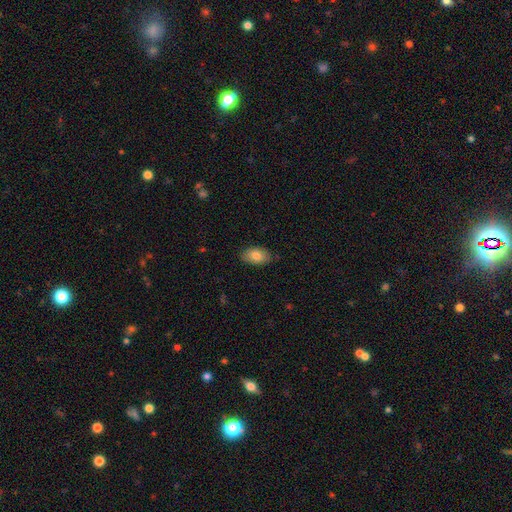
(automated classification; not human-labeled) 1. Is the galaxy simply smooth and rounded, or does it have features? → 81% smooth, 12% featured or disk, 7% star or artifact.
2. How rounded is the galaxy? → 92% in between, 7% round, 1% cigar-shaped.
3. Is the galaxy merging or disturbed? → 83% none, 13% minor disturbance, 2% major disturbance, 1% merger.